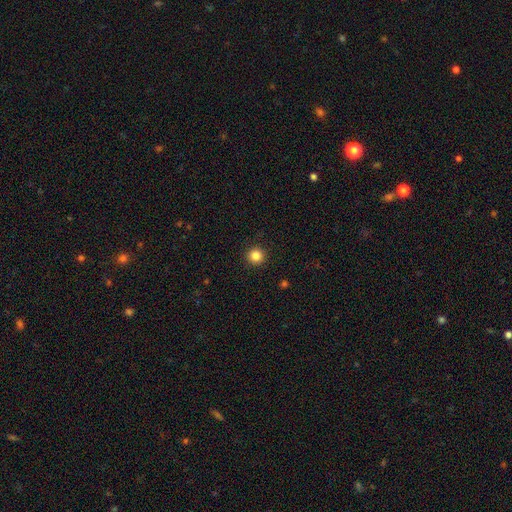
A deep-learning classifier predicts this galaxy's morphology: Smooth or featured: smooth — 84% (star or artifact — 11%)
How rounded: round — 95% (in between — 4%)
Merging: none — 93% (minor disturbance — 4%)